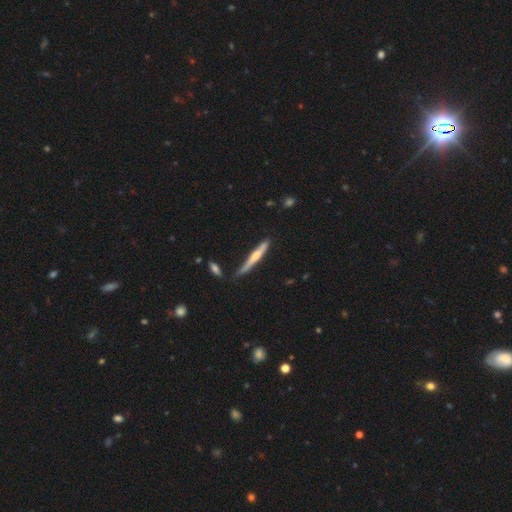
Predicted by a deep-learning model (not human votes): A featured or disk galaxy (50%). Merging: none (73%).